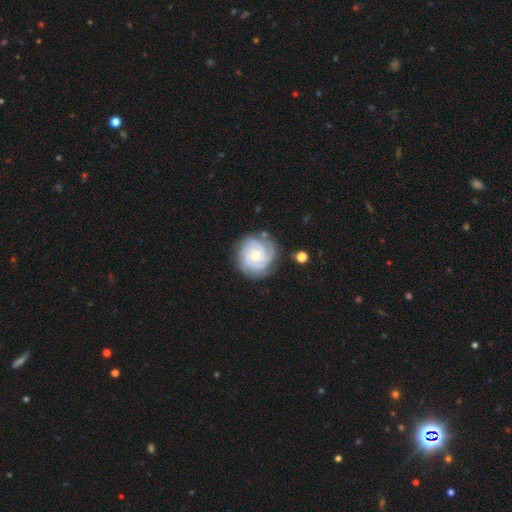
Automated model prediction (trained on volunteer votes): This appears to be a featured or disk galaxy (88%) with no bar (72%), 3 (40%) tight (80%) spiral arms (98%) and a small central bulge (51%). Merging: none (80%).